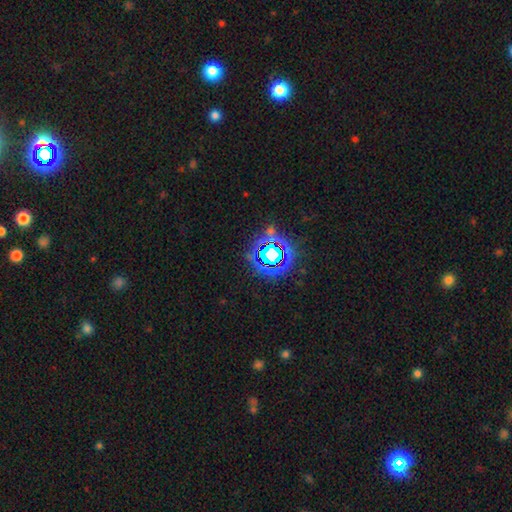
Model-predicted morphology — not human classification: This is likely a star or artifact rather than a galaxy (79%).